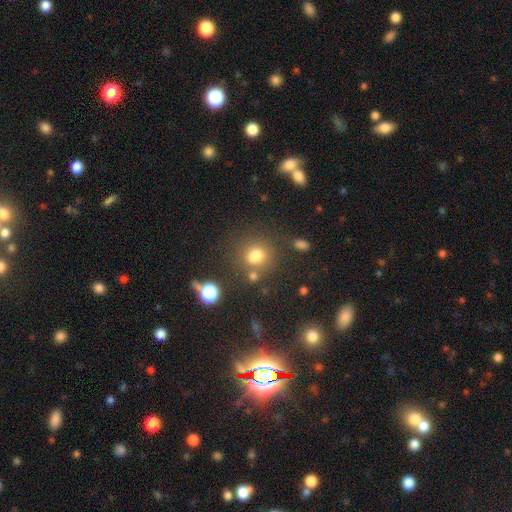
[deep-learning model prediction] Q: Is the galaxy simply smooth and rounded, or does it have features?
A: smooth — 75%.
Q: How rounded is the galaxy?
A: round — 67%.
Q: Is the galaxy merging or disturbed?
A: none — 61%.